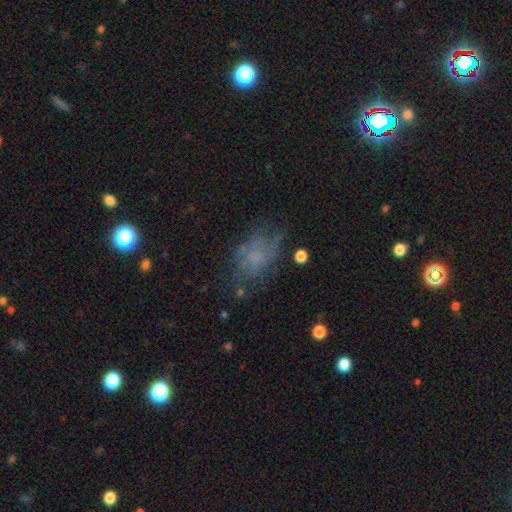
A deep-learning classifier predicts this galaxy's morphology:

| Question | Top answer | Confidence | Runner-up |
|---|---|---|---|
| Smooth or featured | smooth | 48% | featured or disk (34%) |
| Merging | none | 51% | minor disturbance (24%) |